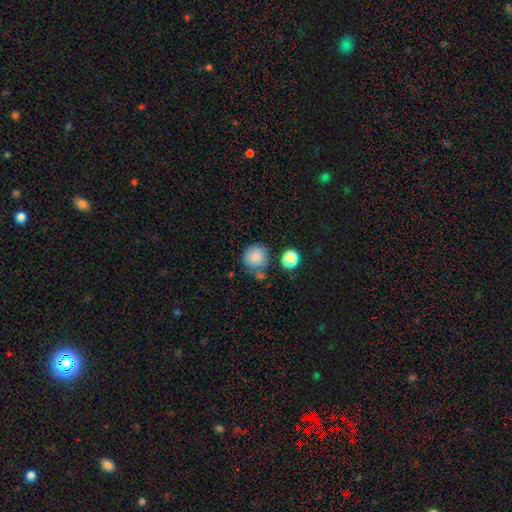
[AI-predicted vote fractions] This appears to be a smooth galaxy with no disk features (82%) that is round (90%). Merging: none (64%).